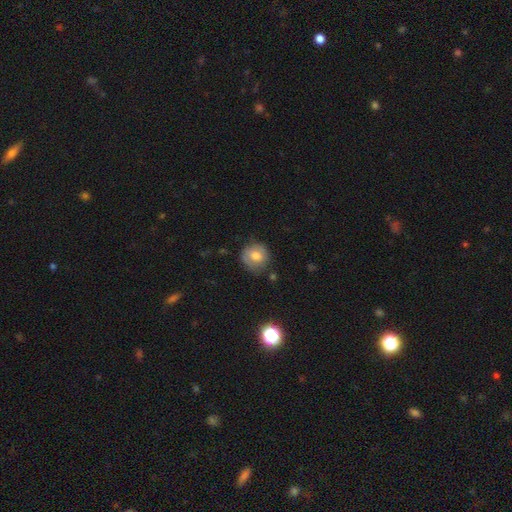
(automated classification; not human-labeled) This is likely a smooth galaxy (69%). How rounded: clearly round (83%). Merging: likely none (71%).